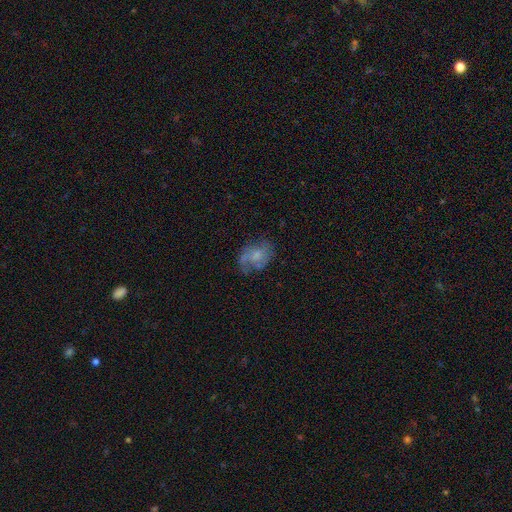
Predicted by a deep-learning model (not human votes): Overall: featured or disk (48%; smooth 42%). Merging: none (50%; minor disturbance 26%).